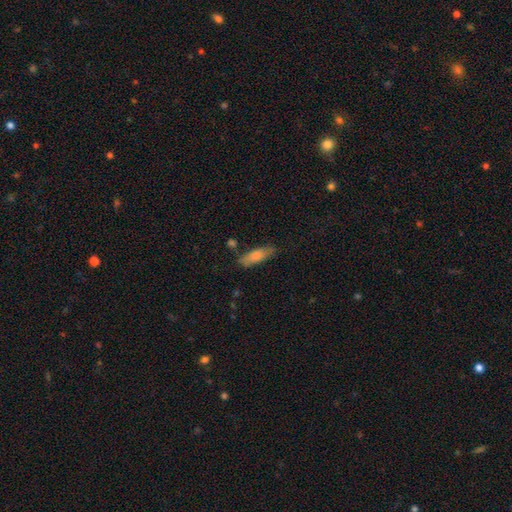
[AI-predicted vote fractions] This appears to be a smooth galaxy with no disk features (78%) that is in between round and cigar-shaped (54%). Merging: none (72%).